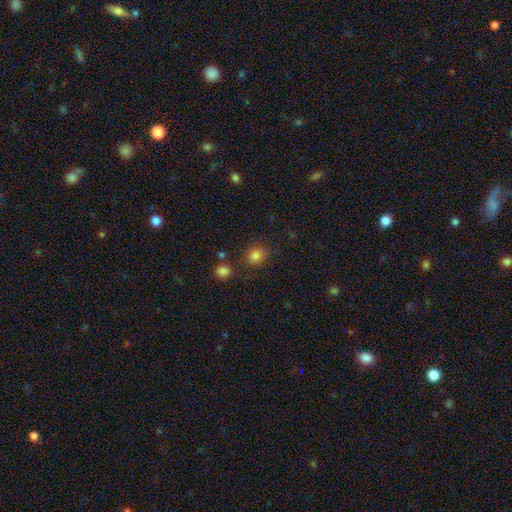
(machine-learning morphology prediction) smooth-or-featured: smooth: 83% | star or artifact: 12% | featured or disk: 5%
  how-rounded: round: 78% | in between: 21% | cigar-shaped: 1%
  merging: none: 82% | minor disturbance: 10% | merger: 5% | major disturbance: 3%